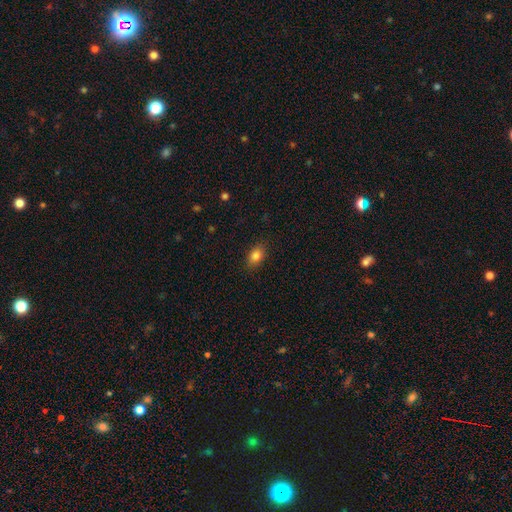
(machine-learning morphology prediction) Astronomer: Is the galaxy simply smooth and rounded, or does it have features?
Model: smooth — 85%.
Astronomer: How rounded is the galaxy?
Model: in between — 83%.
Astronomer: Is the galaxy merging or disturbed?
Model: none — 87%.